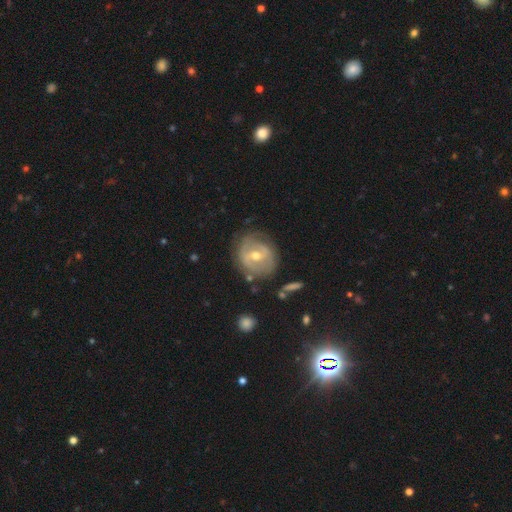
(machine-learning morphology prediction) Smooth or featured? Predicted: featured or disk (p=0.71). Edge-on disk? Predicted: no (p=0.95). Bar? Predicted: weak (p=0.45). Spiral arms? Predicted: yes (p=0.58). Bulge size? Predicted: moderate (p=0.65). Merging? Predicted: none (p=0.70).